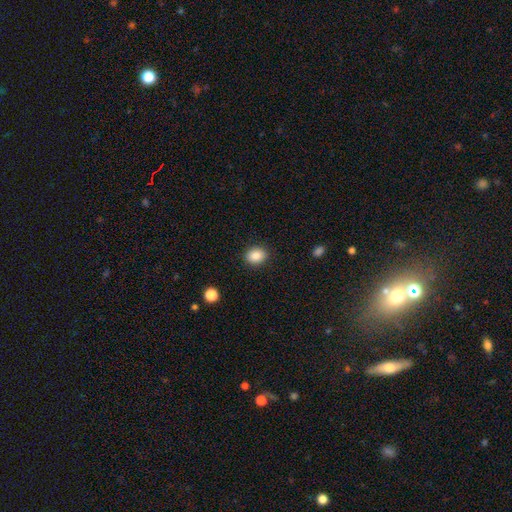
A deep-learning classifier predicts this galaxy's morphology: Smooth or featured? smooth (87%)
How rounded? round (50%, tied with in between)
Merging? none (90%)